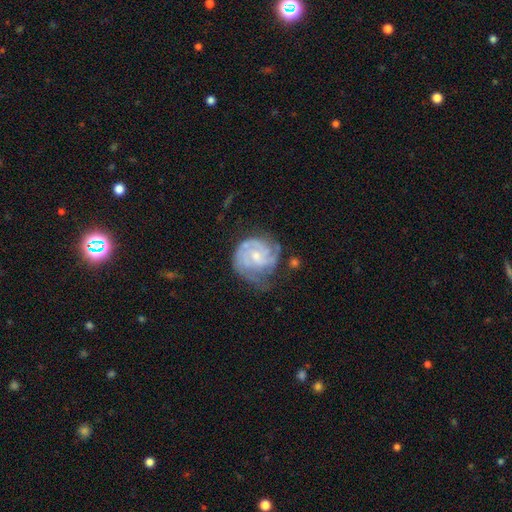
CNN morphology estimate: A featured or disk galaxy (80%) with no bar (59%), 2 (33%) tight (57%) spiral arms (93%) and a small central bulge (56%).

Vote fractions:
- Smooth or featured? featured or disk: 80% / smooth: 14% / star or artifact: 6%
- Edge-on disk? no: 98% / yes: 2%
- Bar? no: 59% / weak: 36% / strong: 5%
- Spiral arms? yes: 93% / no: 7%
- Spiral winding? tight: 57% / medium: 34% / loose: 9%
- Spiral arm count? 2: 33% / can't tell: 28% / 3: 24% / 4: 6% / 1: 5% / more than 4: 4%
- Bulge size? small: 56% / moderate: 37% / none: 5% / large: 2% / dominant: 1%
- Merging? none: 50% / minor disturbance: 28% / major disturbance: 19% / merger: 3%